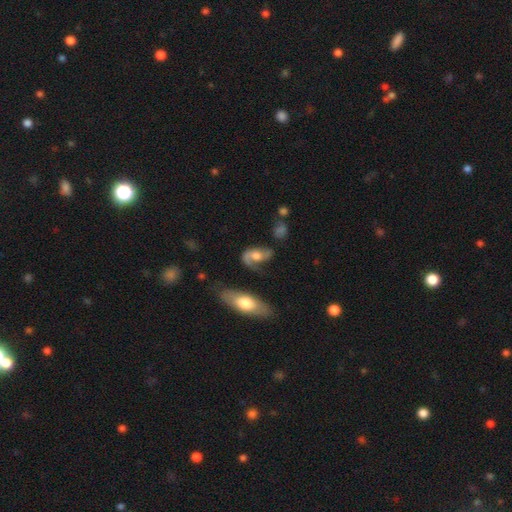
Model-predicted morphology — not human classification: smooth-or-featured: featured or disk: 71% | smooth: 22% | star or artifact: 7%
  disk-edge-on: no: 93% | yes: 7%
    bar: no: 64% | weak: 29% | strong: 7%
    has-spiral-arms: yes: 87% | no: 13%
      spiral-winding: loose: 47% | medium: 39% | tight: 14%
      spiral-arm-count: 2: 78% | 1: 14% | can't tell: 5% | 3: 1% | 4: 1% | more than 4: 1%
    bulge-size: moderate: 52% | large: 25% | small: 15% | none: 6% | dominant: 3%
  merging: none: 49% | minor disturbance: 23% | major disturbance: 21% | merger: 8%